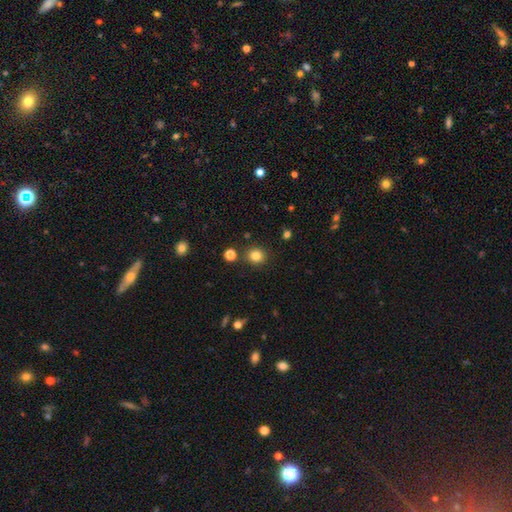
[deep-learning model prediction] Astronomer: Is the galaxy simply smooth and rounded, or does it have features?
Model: smooth — 82%.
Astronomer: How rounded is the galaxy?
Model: round — 87%.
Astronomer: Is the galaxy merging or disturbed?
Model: none — 87%.